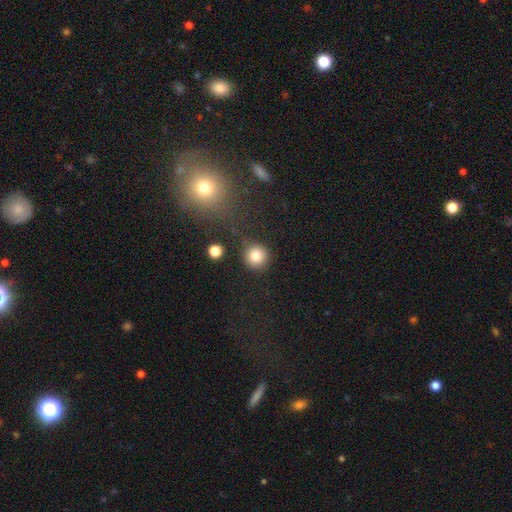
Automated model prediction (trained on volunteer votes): smooth-or-featured: smooth: 81% | star or artifact: 12% | featured or disk: 7%
  how-rounded: round: 93% | in between: 6% | cigar-shaped: 1%
  merging: none: 83% | minor disturbance: 9% | merger: 4% | major disturbance: 3%